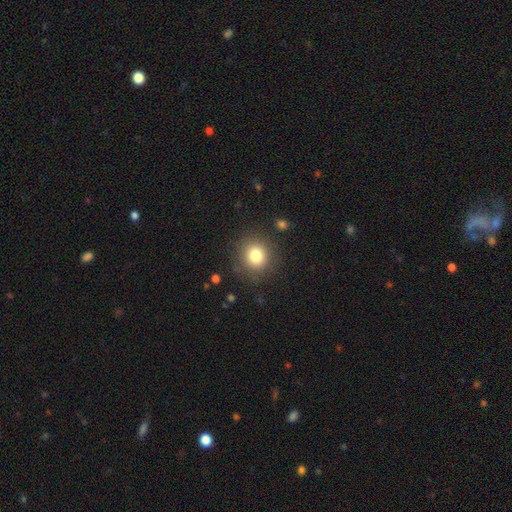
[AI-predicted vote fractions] A smooth galaxy with no disk features (81%) that is round (87%). Merging: none (86%).